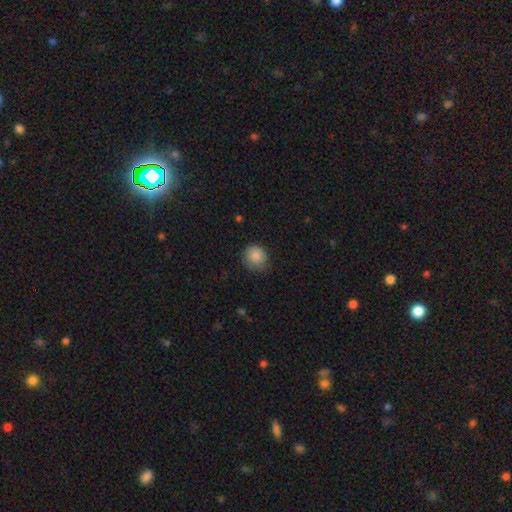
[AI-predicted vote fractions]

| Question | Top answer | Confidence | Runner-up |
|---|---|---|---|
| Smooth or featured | smooth | 87% | star or artifact (9%) |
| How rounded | round | 86% | in between (13%) |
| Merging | none | 74% | minor disturbance (21%) |